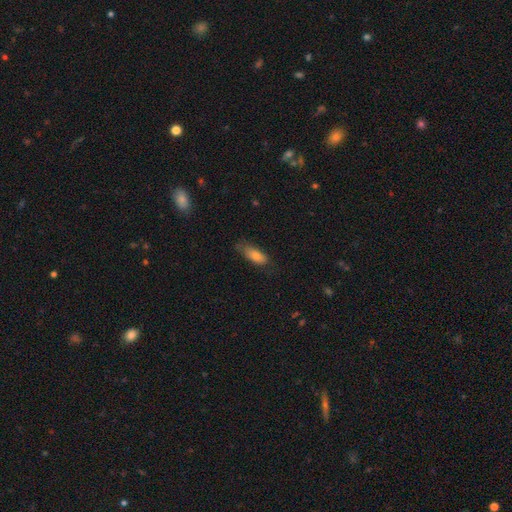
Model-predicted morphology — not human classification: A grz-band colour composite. It shows a smooth galaxy with no disk features (76%) that is in between round and cigar-shaped (72%). Merging: none (64%).